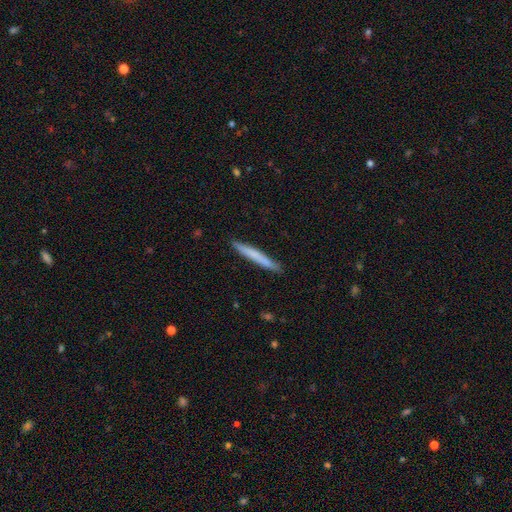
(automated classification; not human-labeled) Morphology: type=smooth (67%); roundness=cigar-shaped (97%); merging=none (91%).